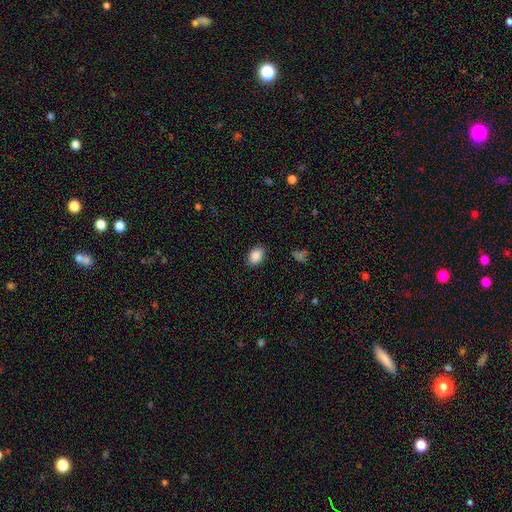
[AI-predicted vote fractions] Smooth or featured? Predicted: smooth (p=0.88). How rounded? Predicted: in between (p=0.80). Merging? Predicted: none (p=0.86).